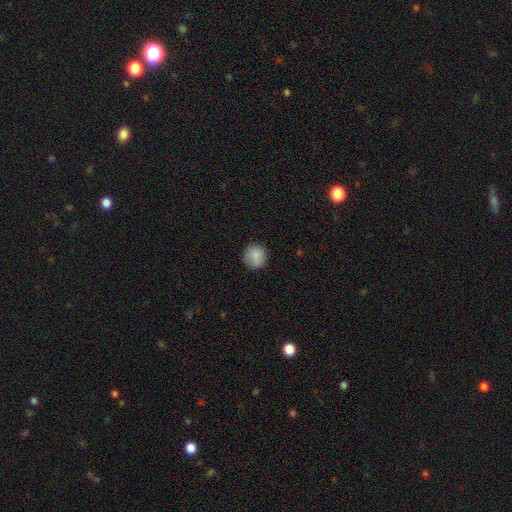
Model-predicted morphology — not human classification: Smooth or featured?
  - smooth: 85% *
  - star or artifact: 8%
  - featured or disk: 6%
How rounded?
  - round: 92% *
  - in between: 7%
  - cigar-shaped: 1%
Merging?
  - none: 88% *
  - minor disturbance: 9%
  - major disturbance: 2%
  - merger: 1%